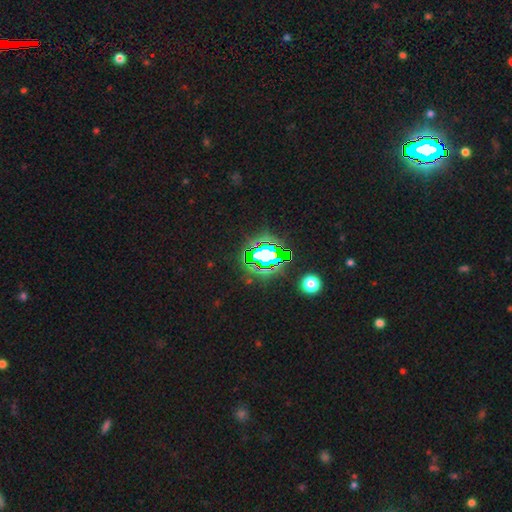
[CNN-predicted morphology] star or artifact 81%, smooth 12%, featured or disk 7%.